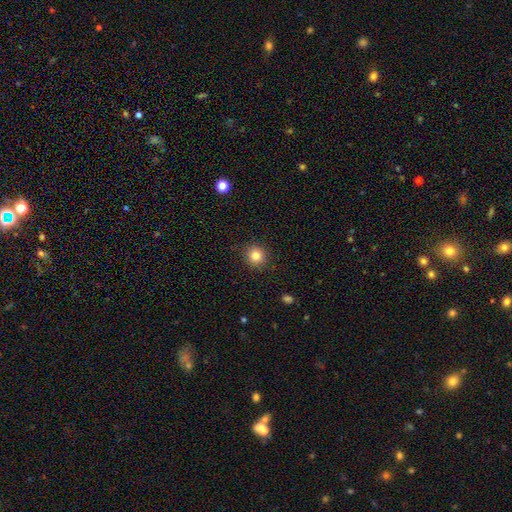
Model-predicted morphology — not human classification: A smooth galaxy with no disk features (82%) that is round (91%). Merging: none (90%).